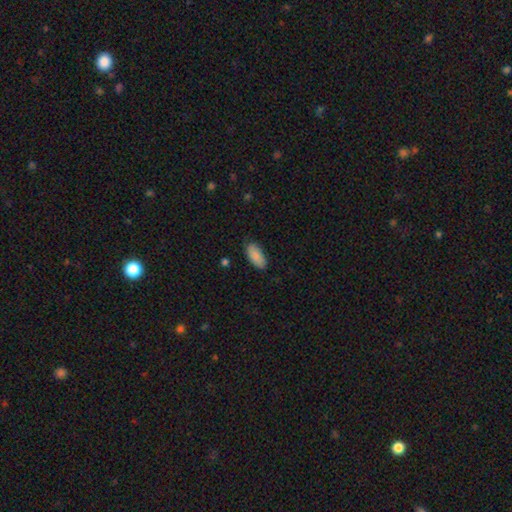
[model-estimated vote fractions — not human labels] smooth-or-featured: smooth: 88% | star or artifact: 6% | featured or disk: 6%
  how-rounded: in between: 90% | cigar-shaped: 8% | round: 2%
  merging: none: 84% | minor disturbance: 12% | major disturbance: 2% | merger: 1%